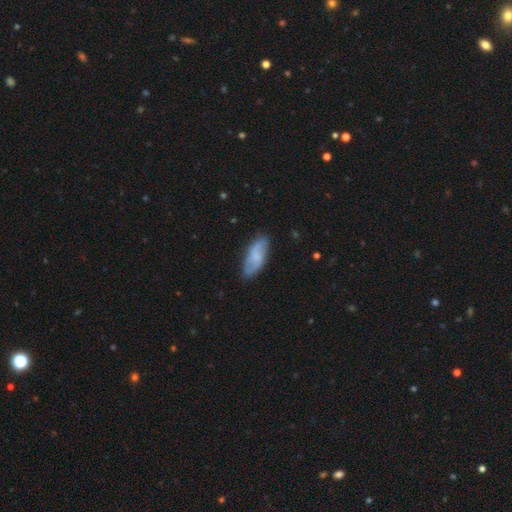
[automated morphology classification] A featured or disk galaxy (47%).

Vote fractions:
- Smooth or featured? featured or disk: 47% / smooth: 46% / star or artifact: 7%
- Merging? none: 78% / minor disturbance: 17% / major disturbance: 4% / merger: 1%